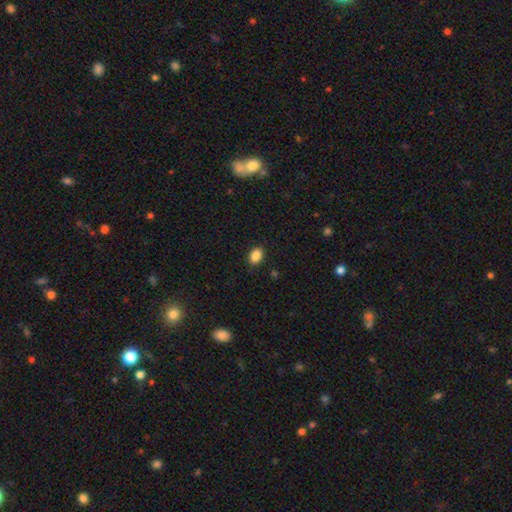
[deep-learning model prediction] Morphology: type=smooth (88%); roundness=in between (84%); merging=none (88%).